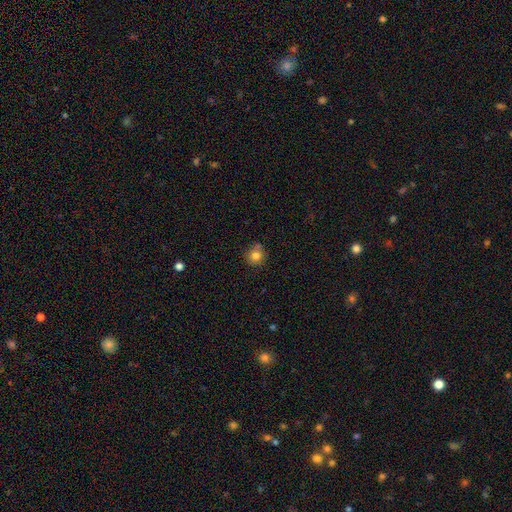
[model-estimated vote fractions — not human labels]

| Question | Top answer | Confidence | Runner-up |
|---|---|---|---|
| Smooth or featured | smooth | 80% | star or artifact (11%) |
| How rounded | round | 93% | in between (6%) |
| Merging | none | 75% | minor disturbance (11%) |